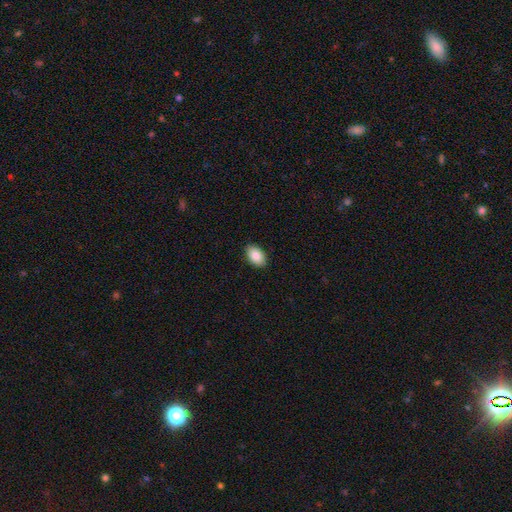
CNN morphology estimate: Q: Smooth or featured?
A: smooth (87%); runner-up: star or artifact (7%)
Q: How rounded?
A: in between (90%); runner-up: round (8%)
Q: Merging?
A: none (90%); runner-up: minor disturbance (7%)